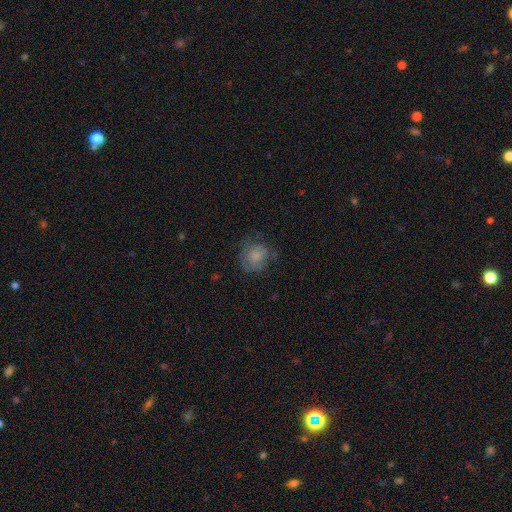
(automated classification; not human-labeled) A smooth galaxy with no disk features (70%) that is round (76%).

Vote fractions:
- Smooth or featured? smooth: 70% / featured or disk: 20% / star or artifact: 10%
- How rounded? round: 76% / in between: 23% / cigar-shaped: 1%
- Merging? none: 56% / minor disturbance: 26% / major disturbance: 16% / merger: 2%